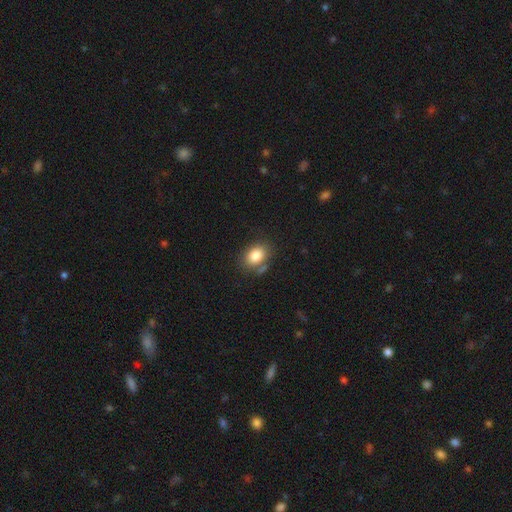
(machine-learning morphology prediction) Smooth or featured?
  - smooth: 83% *
  - star or artifact: 9%
  - featured or disk: 8%
How rounded?
  - in between: 66% *
  - round: 32%
  - cigar-shaped: 1%
Merging?
  - none: 70% *
  - minor disturbance: 15%
  - merger: 10%
  - major disturbance: 5%